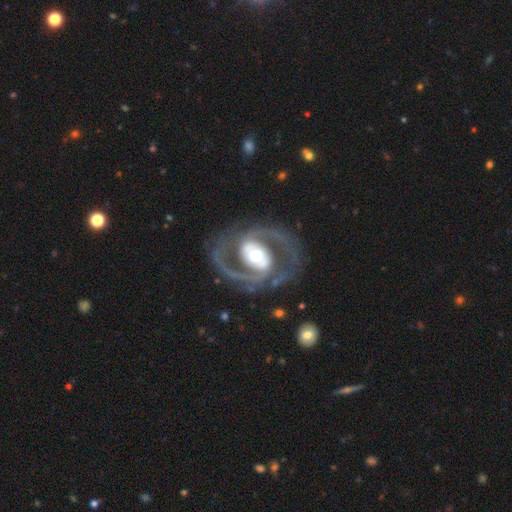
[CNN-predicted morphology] Smooth or featured?
  - featured or disk: 91% *
  - smooth: 5%
  - star or artifact: 4%
Edge-on disk?
  - no: 98% *
  - yes: 2%
Bar?
  - strong: 35% *
  - no: 33%
  - weak: 31%
Spiral arms?
  - yes: 96% *
  - no: 4%
Spiral winding?
  - medium: 59% *
  - tight: 23%
  - loose: 18%
Spiral arm count?
  - 2: 92% *
  - can't tell: 2%
  - 3: 2%
  - 1: 1%
  - 4: 1%
  - more than 4: 1%
Bulge size?
  - moderate: 60% *
  - large: 29%
  - small: 7%
  - dominant: 3%
  - none: 1%
Merging?
  - none: 78% *
  - minor disturbance: 12%
  - major disturbance: 9%
  - merger: 2%